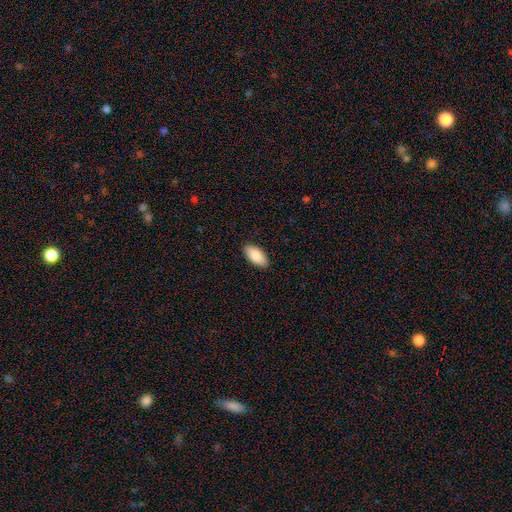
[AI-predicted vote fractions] Smooth or featured? smooth (88%)
How rounded? in between (92%)
Merging? none (89%)